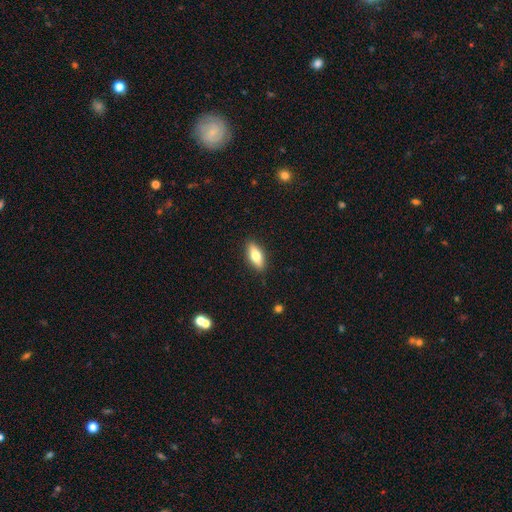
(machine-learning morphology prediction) Smooth or featured?
  - smooth: 70% *
  - featured or disk: 23%
  - star or artifact: 7%
How rounded?
  - in between: 74% *
  - cigar-shaped: 23%
  - round: 3%
Merging?
  - none: 88% *
  - minor disturbance: 9%
  - major disturbance: 2%
  - merger: 1%